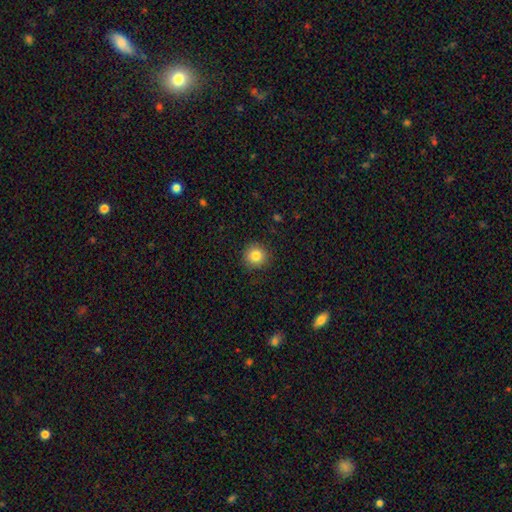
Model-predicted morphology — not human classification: Overall: smooth (84%). How rounded: round (94%). Merging: none (90%).